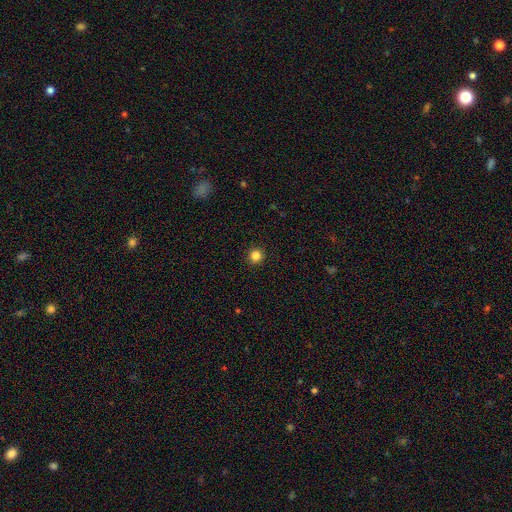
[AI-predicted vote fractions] This appears to be a smooth galaxy with no disk features (84%) that is round (95%). Merging: none (93%).